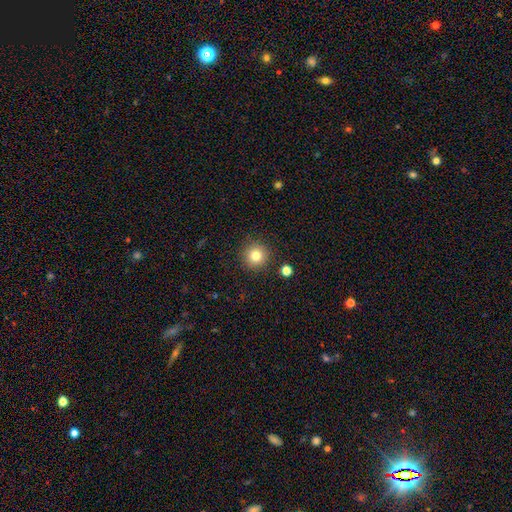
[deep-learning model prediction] smooth 80%, star or artifact 12%, featured or disk 8%. Down the decision tree: how rounded — round (95%); merging — none (90%).